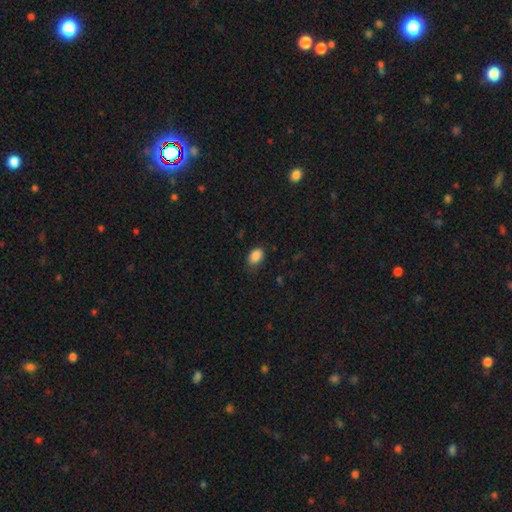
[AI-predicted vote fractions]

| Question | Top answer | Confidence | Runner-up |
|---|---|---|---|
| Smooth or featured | smooth | 87% | star or artifact (9%) |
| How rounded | in between | 78% | round (21%) |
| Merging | none | 75% | minor disturbance (20%) |